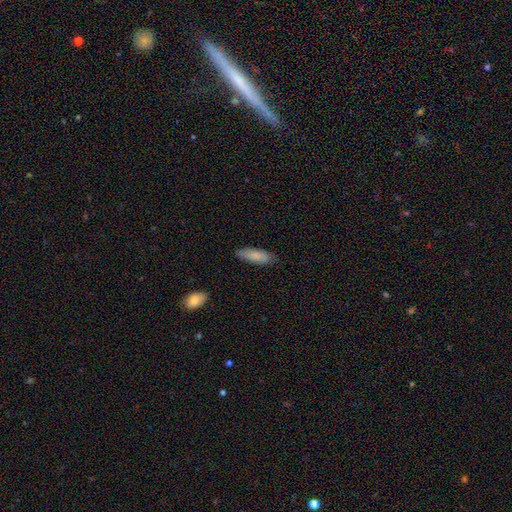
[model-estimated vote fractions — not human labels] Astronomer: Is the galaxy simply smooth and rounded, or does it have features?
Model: smooth — 80%.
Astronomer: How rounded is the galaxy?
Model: in between — 53% (runner-up: cigar-shaped, 45%).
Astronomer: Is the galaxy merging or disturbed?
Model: none — 79%.